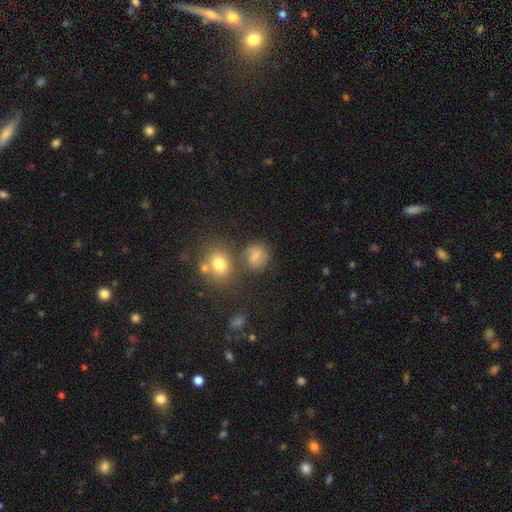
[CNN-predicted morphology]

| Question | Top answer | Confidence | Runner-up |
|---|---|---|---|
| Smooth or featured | smooth | 71% | featured or disk (15%) |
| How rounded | round | 72% | in between (27%) |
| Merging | none | 64% | minor disturbance (17%) |